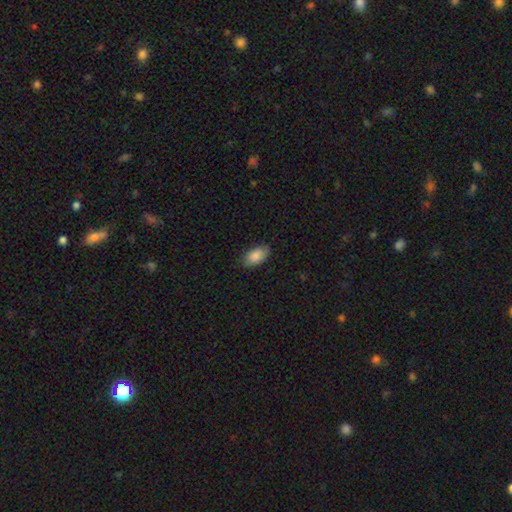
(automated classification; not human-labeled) This is clearly a smooth galaxy (88%). How rounded: clearly in between (94%). Merging: clearly none (84%).